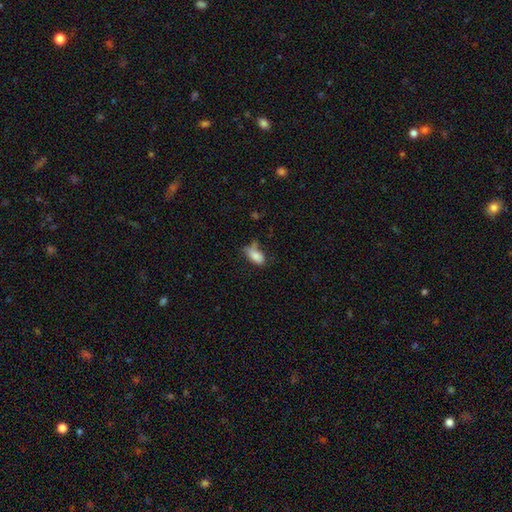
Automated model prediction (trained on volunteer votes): Smooth or featured: smooth — 83% (featured or disk — 9%)
How rounded: in between — 90% (cigar-shaped — 6%)
Merging: none — 41% (minor disturbance — 33%)